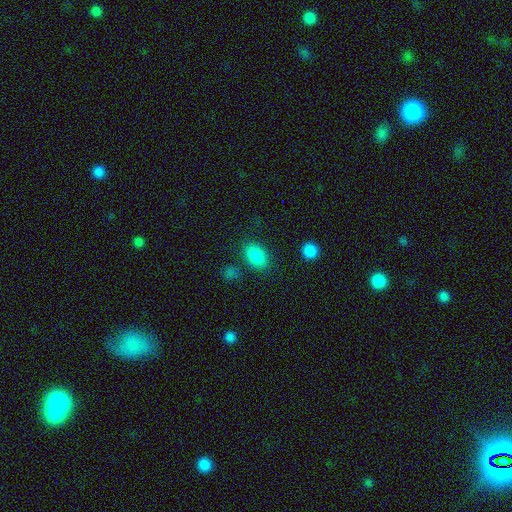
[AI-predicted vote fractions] A smooth galaxy with no disk features (86%) that is in between round and cigar-shaped (87%).

Vote fractions:
- Smooth or featured? smooth: 86% / star or artifact: 8% / featured or disk: 5%
- How rounded? in between: 87% / round: 11% / cigar-shaped: 1%
- Merging? none: 81% / minor disturbance: 11% / merger: 4% / major disturbance: 4%